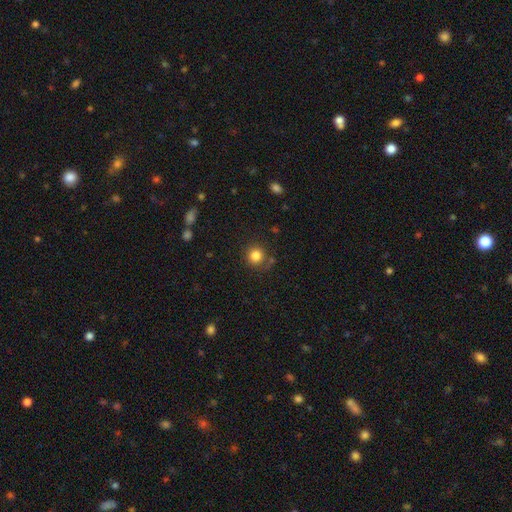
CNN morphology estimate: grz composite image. It shows a smooth galaxy with no disk features (83%) that is round (92%). Merging: none (81%).